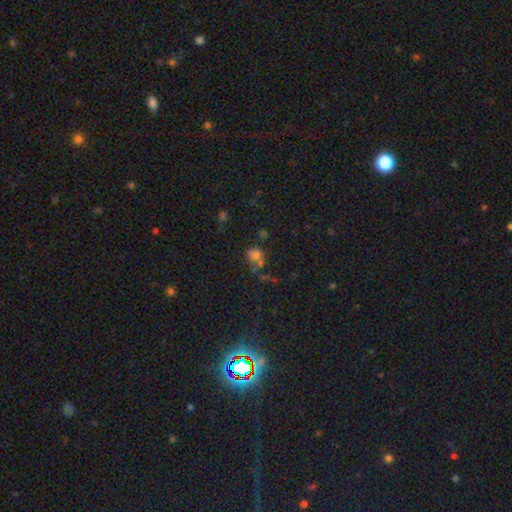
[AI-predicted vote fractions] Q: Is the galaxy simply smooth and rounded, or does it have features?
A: smooth — 65%.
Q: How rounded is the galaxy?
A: round — 66%.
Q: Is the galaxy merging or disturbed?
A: none — 41%.